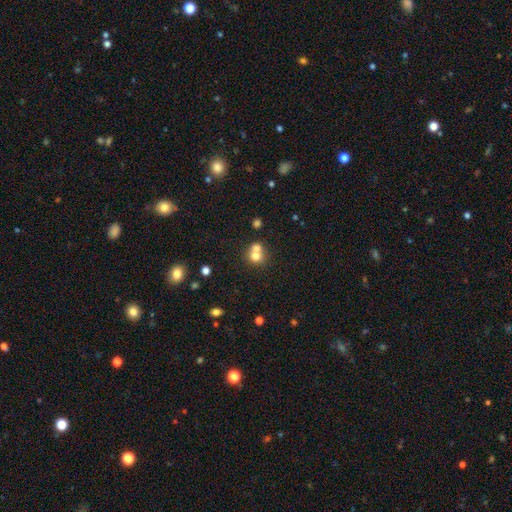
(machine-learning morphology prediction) Smooth or featured? smooth (71%)
How rounded? round (79%)
Merging? merger (60%)